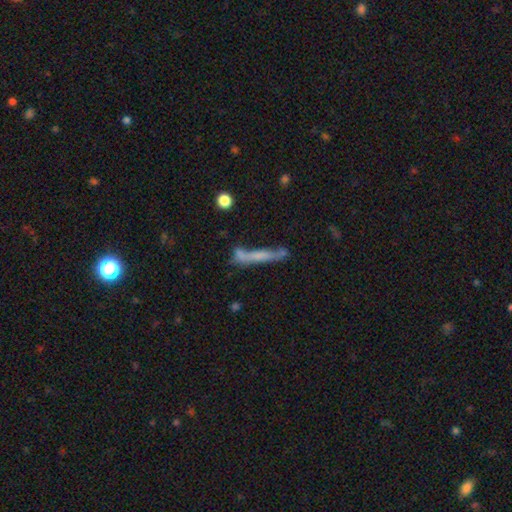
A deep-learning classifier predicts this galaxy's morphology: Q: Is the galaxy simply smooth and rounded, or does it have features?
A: smooth — 47%.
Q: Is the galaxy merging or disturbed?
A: none — 59%.